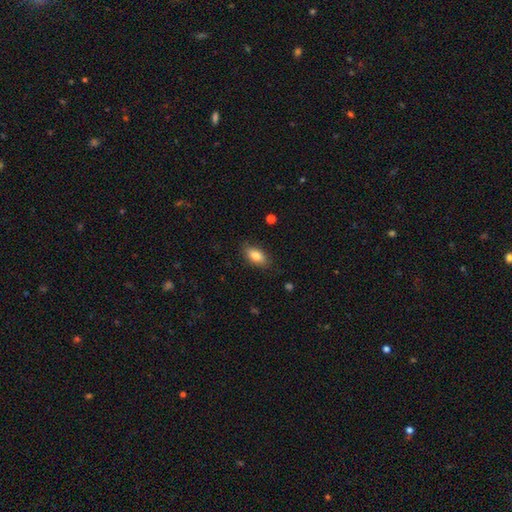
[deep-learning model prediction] smooth_or_featured: smooth (p=0.83) [alt: featured or disk p=0.10]
how_rounded: in between (p=0.89) [alt: cigar-shaped p=0.07]
merging: none (p=0.83) [alt: minor disturbance p=0.13]